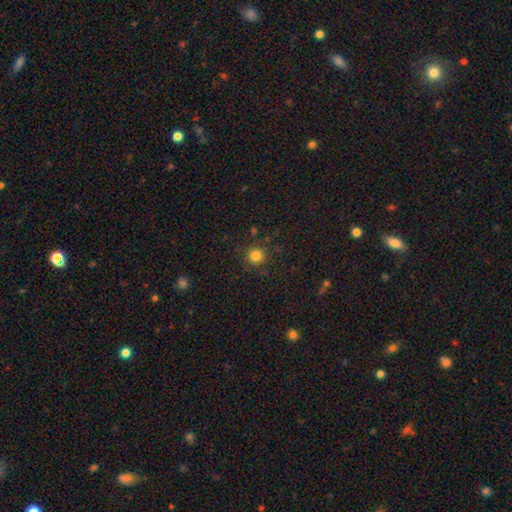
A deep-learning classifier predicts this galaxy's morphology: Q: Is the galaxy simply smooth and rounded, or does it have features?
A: smooth — 82%.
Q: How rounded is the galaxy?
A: round — 94%.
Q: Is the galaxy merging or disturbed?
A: none — 89%.